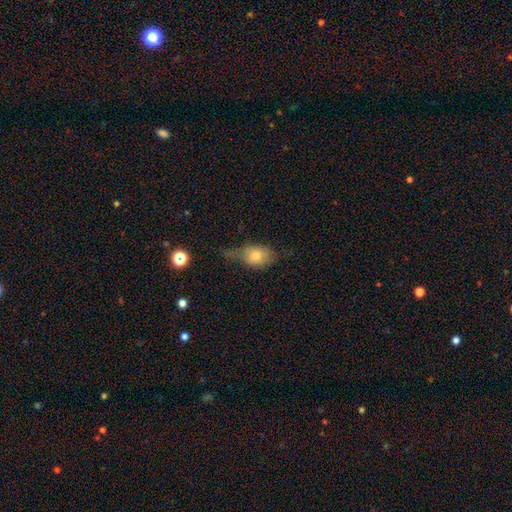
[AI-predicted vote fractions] This appears to be a smooth galaxy with no disk features (67%) that is in between round and cigar-shaped (73%). Merging: none (38%).